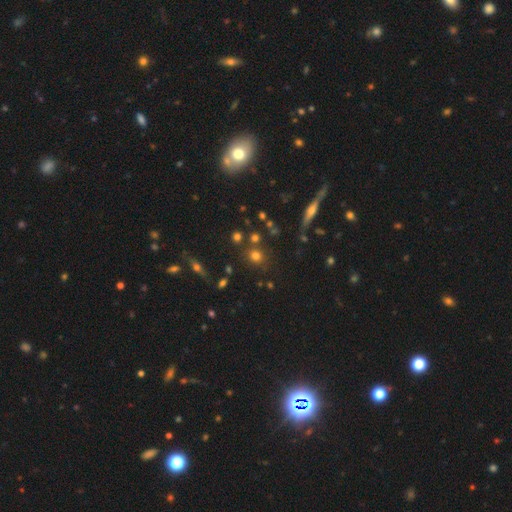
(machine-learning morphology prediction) Overall: smooth (68%). How rounded: round (80%). Merging: none (77%).